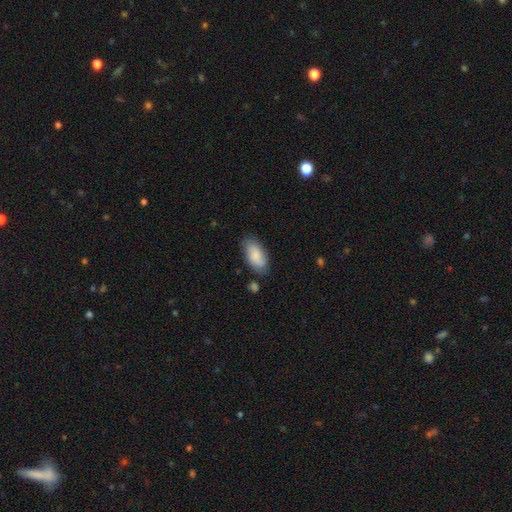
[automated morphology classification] smooth_or_featured: smooth (p=0.82) [alt: featured or disk p=0.12]
how_rounded: in between (p=0.92) [alt: cigar-shaped p=0.06]
merging: none (p=0.74) [alt: minor disturbance p=0.19]